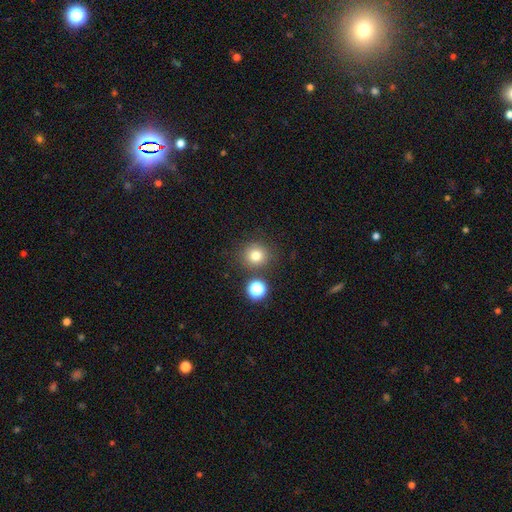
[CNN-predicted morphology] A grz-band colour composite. It shows a smooth galaxy with no disk features (77%) that is round (91%). Merging: none (82%).